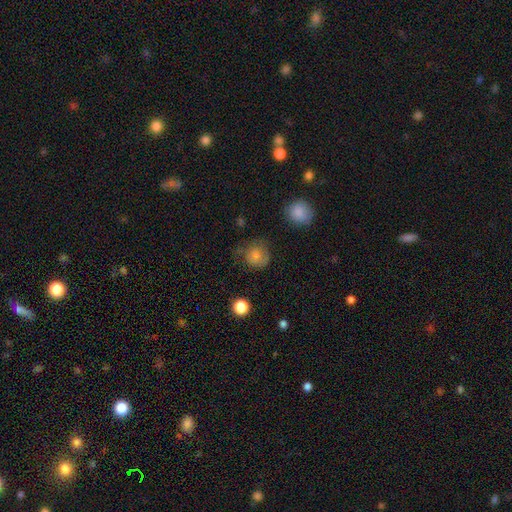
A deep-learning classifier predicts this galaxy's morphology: type=smooth (76%); roundness=round (85%); merging=none (59%).